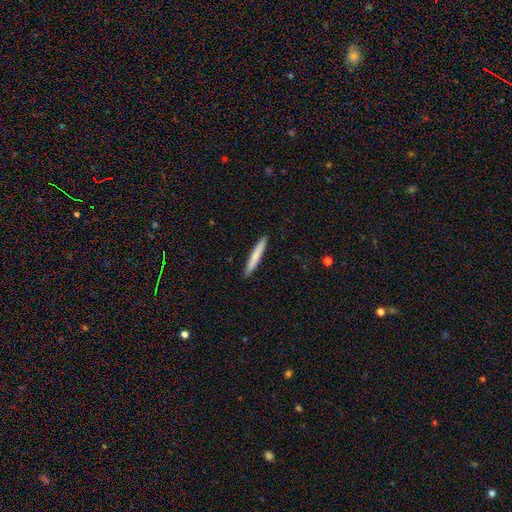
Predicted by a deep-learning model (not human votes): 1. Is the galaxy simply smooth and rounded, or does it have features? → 75% smooth, 19% featured or disk, 5% star or artifact.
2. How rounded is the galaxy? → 96% cigar-shaped, 3% in between, 1% round.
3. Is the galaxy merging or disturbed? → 92% none, 6% minor disturbance, 1% major disturbance, 1% merger.